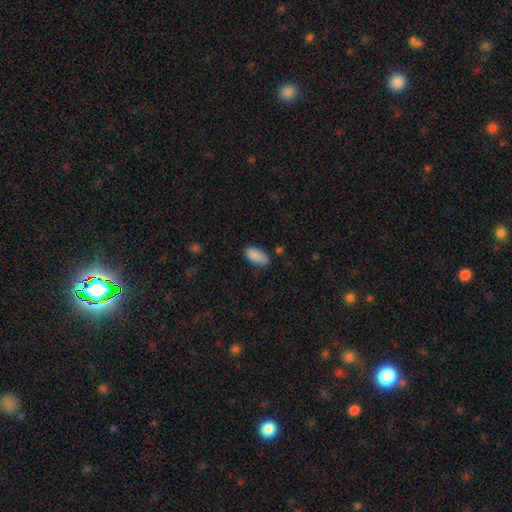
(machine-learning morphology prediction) This is clearly a smooth galaxy (88%). How rounded: clearly in between (90%). Merging: likely none (76%).